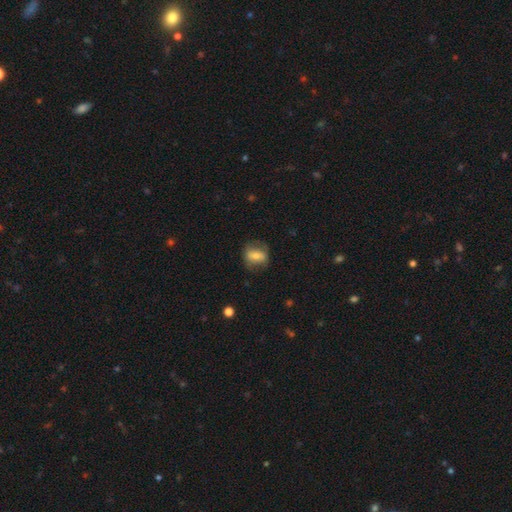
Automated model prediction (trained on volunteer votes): Morphology: type=smooth (62%); roundness=in between (56%); merging=none (70%).